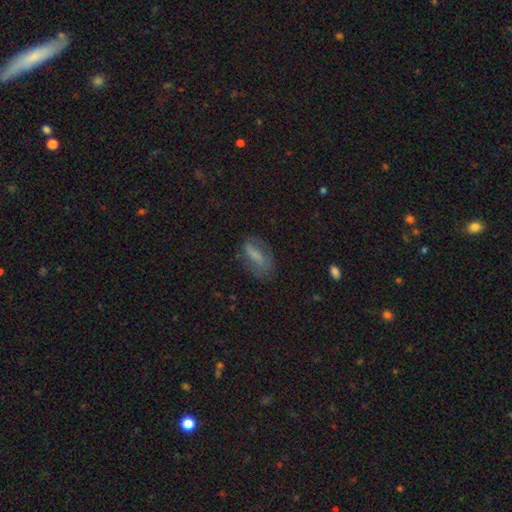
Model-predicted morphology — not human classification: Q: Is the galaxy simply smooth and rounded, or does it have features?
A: smooth — 56%.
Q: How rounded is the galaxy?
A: in between — 68%.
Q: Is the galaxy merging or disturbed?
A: none — 66%.